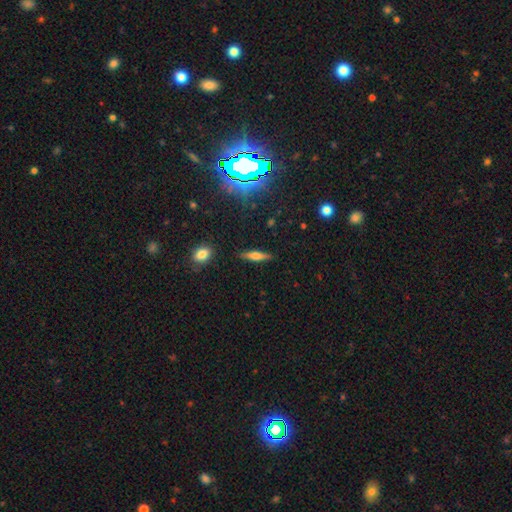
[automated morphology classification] A smooth galaxy with no disk features (54%) that is cigar-shaped (77%).

Vote fractions:
- Smooth or featured? smooth: 54% / featured or disk: 36% / star or artifact: 10%
- How rounded? cigar-shaped: 77% / in between: 20% / round: 3%
- Merging? none: 87% / minor disturbance: 9% / major disturbance: 2% / merger: 2%